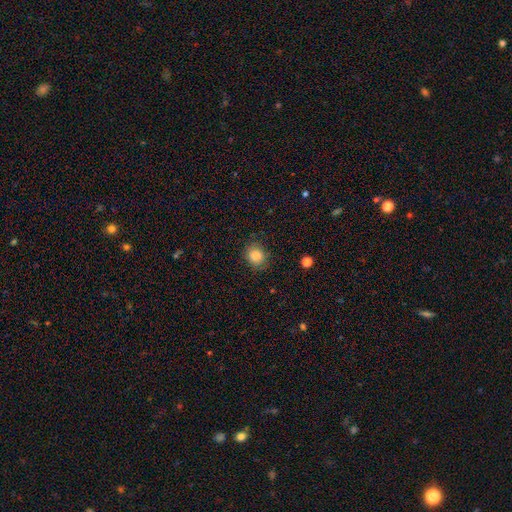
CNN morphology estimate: Smooth or featured? Predicted: smooth (p=0.86). How rounded? Predicted: round (p=0.71). Merging? Predicted: none (p=0.81).